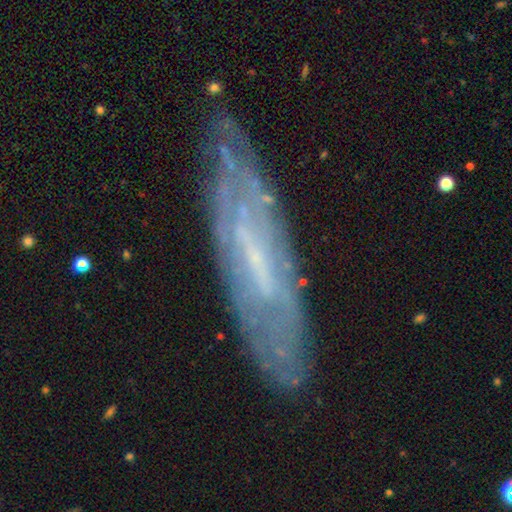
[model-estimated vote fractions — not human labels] Smooth or featured? featured or disk (72%)
Edge-on disk? no (64%)
Merging? none (77%)